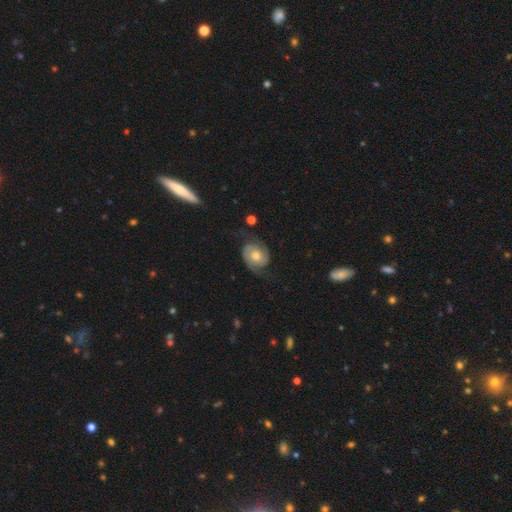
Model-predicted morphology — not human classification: smooth_or_featured: featured or disk (p=0.76) [alt: smooth p=0.17]
disk_edge_on: no (p=0.97) [alt: yes p=0.03]
bar: no (p=0.74) [alt: weak p=0.21]
has_spiral_arms: yes (p=0.93) [alt: no p=0.07]
spiral_winding: medium (p=0.43) [alt: loose p=0.32]
spiral_arm_count: 2 (p=0.91) [alt: can't tell p=0.04]
bulge_size: moderate (p=0.68) [alt: small p=0.23]
merging: none (p=0.69) [alt: minor disturbance p=0.18]